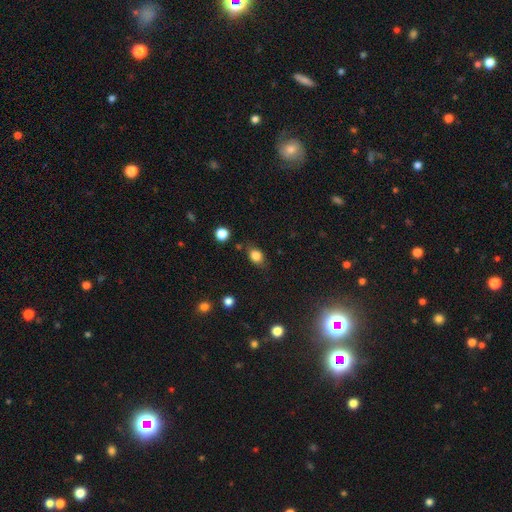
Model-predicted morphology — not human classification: This appears to be a smooth galaxy with no disk features (83%) that is in between round and cigar-shaped (64%). Merging: none (76%).